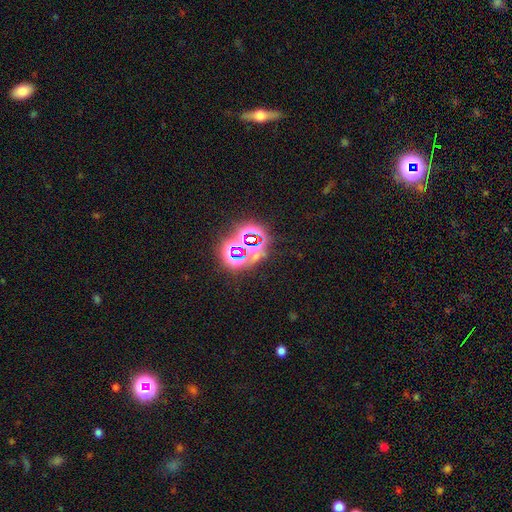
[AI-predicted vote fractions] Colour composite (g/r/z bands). It shows a star or artifact, not a galaxy (74%).